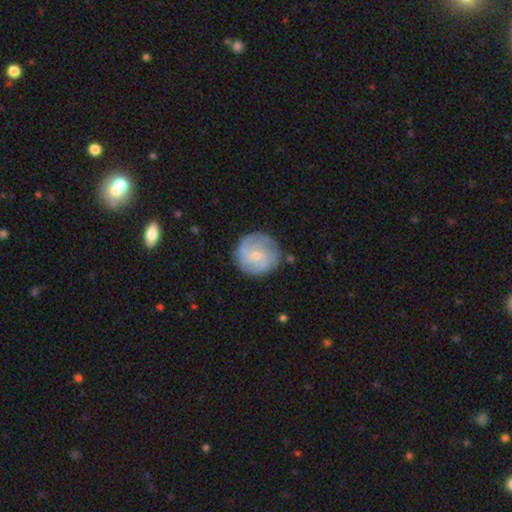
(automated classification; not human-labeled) Smooth or featured?
  - featured or disk: 60% *
  - smooth: 33%
  - star or artifact: 7%
Edge-on disk?
  - no: 98% *
  - yes: 2%
Bar?
  - no: 65% *
  - weak: 31%
  - strong: 4%
Spiral arms?
  - yes: 82% *
  - no: 18%
Bulge size?
  - small: 71% *
  - moderate: 24%
  - none: 3%
  - large: 1%
  - dominant: 1%
Merging?
  - none: 79% *
  - minor disturbance: 15%
  - major disturbance: 5%
  - merger: 2%